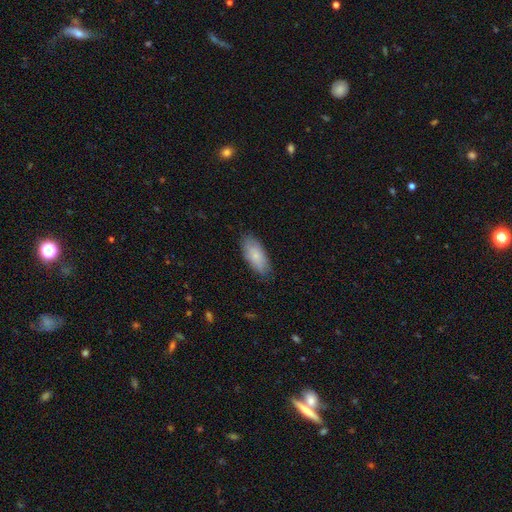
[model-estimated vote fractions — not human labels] Smooth or featured: smooth — 81% (featured or disk — 13%)
How rounded: in between — 84% (cigar-shaped — 14%)
Merging: none — 83% (minor disturbance — 13%)